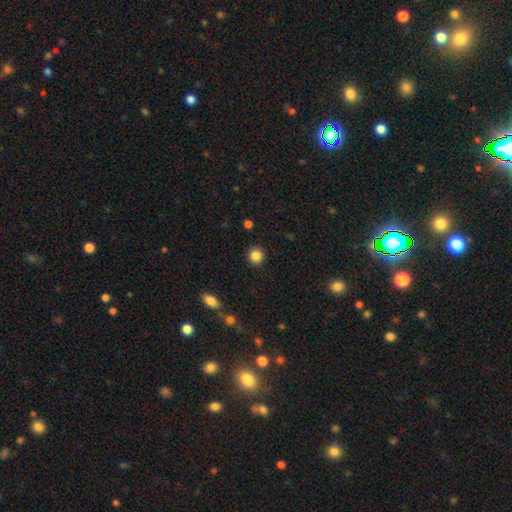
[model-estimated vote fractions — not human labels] Smooth or featured: smooth — 85% (star or artifact — 11%)
How rounded: round — 89% (in between — 10%)
Merging: none — 91% (minor disturbance — 6%)